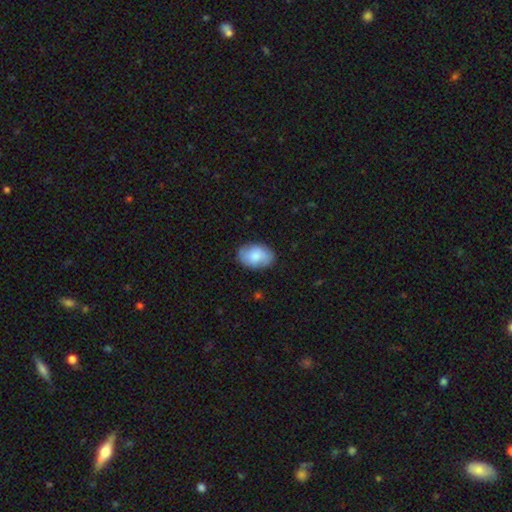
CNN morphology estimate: smooth 76%, featured or disk 18%, star or artifact 6%. Down the decision tree: how rounded — in between (88%); merging — none (79%).